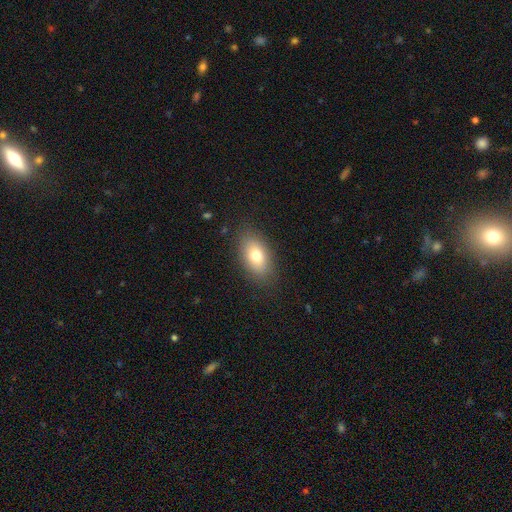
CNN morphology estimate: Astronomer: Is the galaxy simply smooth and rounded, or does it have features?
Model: smooth — 76%.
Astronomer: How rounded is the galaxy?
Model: in between — 88%.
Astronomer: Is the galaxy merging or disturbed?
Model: none — 84%.